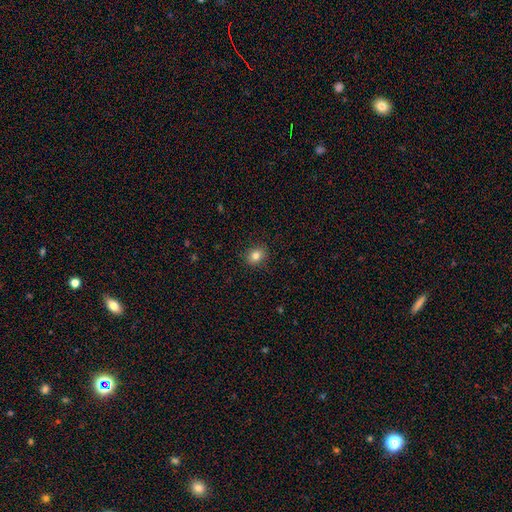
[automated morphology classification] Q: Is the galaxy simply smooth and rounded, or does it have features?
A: smooth — 81%.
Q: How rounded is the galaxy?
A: round — 62%.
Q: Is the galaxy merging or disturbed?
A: none — 89%.